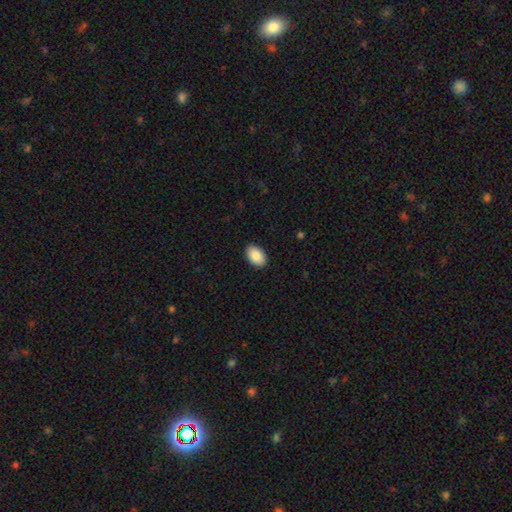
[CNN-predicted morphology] Smooth or featured: smooth — 88% (star or artifact — 7%)
How rounded: in between — 91% (round — 8%)
Merging: none — 90% (minor disturbance — 7%)